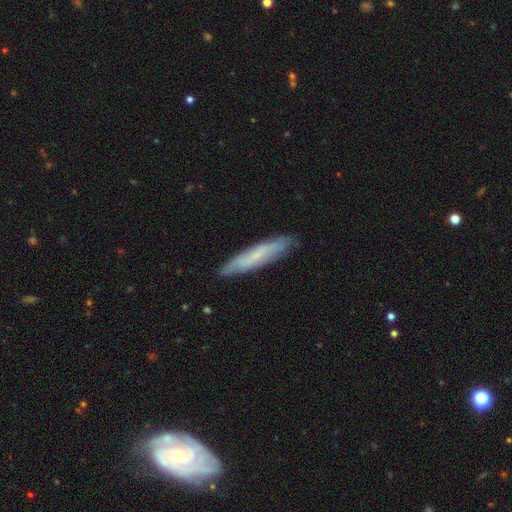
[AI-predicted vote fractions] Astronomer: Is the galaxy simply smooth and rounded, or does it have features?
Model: smooth — 51% (runner-up: featured or disk, 42%).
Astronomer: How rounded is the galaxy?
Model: cigar-shaped — 87%.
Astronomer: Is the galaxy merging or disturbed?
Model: none — 85%.